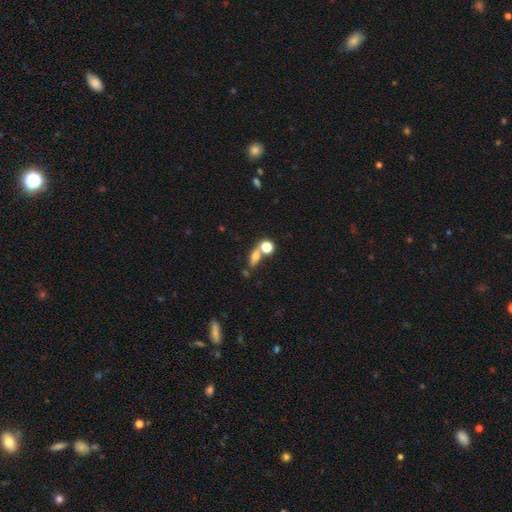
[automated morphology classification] Q: Smooth or featured?
A: smooth (65%); runner-up: featured or disk (20%)
Q: How rounded?
A: in between (52%); runner-up: round (29%)
Q: Merging?
A: none (47%); runner-up: merger (35%)